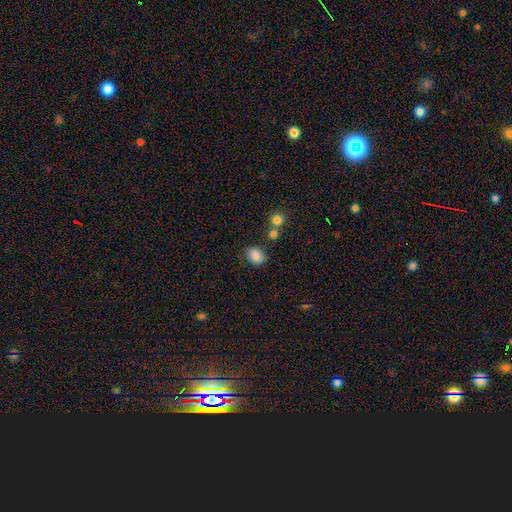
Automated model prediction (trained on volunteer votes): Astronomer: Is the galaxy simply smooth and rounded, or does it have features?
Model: smooth — 83%.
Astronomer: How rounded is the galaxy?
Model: in between — 53% (runner-up: round, 46%).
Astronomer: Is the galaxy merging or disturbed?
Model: none — 72%.